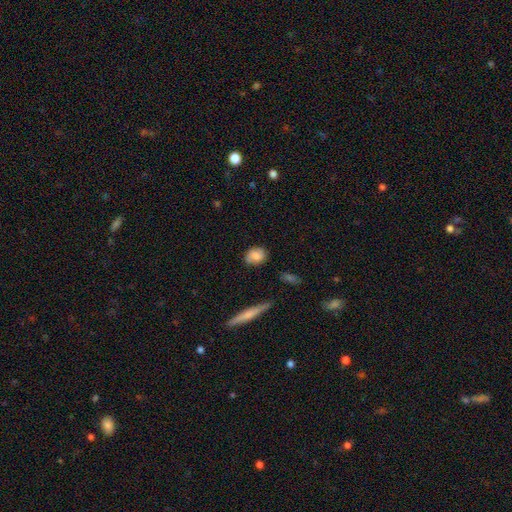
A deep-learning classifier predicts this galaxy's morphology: The model was most divided on "how rounded": round: 50%, in between: 47%, cigar-shaped: 3%. More confident: merging — none (79%); smooth or featured — smooth (74%).